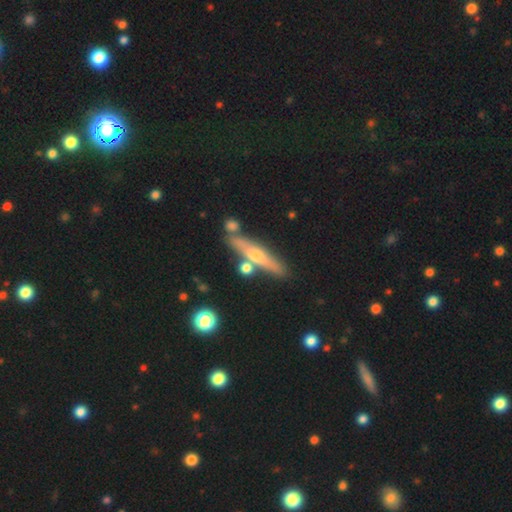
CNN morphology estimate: A featured or disk galaxy (57%) viewed edge-on (90%) with a rounded central bulge (83%).

Vote fractions:
- Smooth or featured? featured or disk: 57% / smooth: 35% / star or artifact: 7%
- Edge-on disk? yes: 90% / no: 10%
- Edge-on bulge? rounded: 83% / none: 12% / boxy: 5%
- Merging? none: 73% / merger: 12% / minor disturbance: 12% / major disturbance: 3%